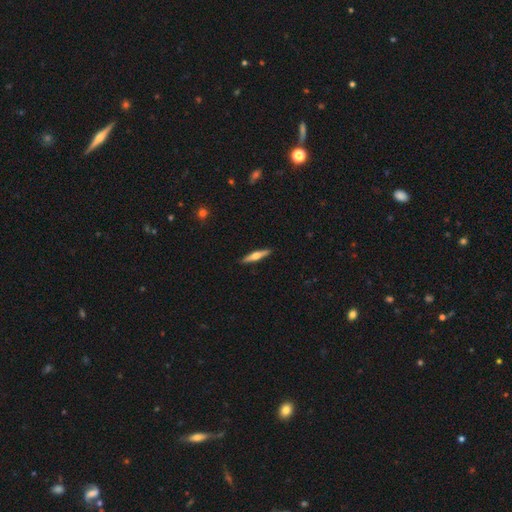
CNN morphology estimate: Smooth or featured?
  - featured or disk: 56% *
  - smooth: 38%
  - star or artifact: 6%
Edge-on disk?
  - yes: 96% *
  - no: 4%
Edge-on bulge?
  - rounded: 91% *
  - boxy: 5%
  - none: 4%
Merging?
  - none: 91% *
  - minor disturbance: 7%
  - major disturbance: 1%
  - merger: 1%